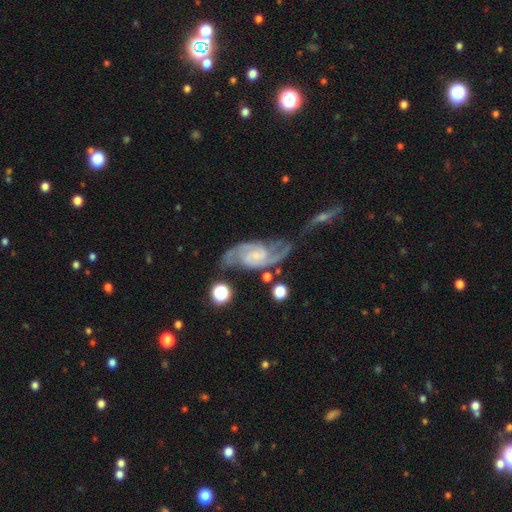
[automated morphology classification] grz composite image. It shows a featured or disk galaxy (89%) with no bar (45%), 2 (89%) medium (53%) spiral arms (98%) and a small central bulge (55%). Merging: none (60%).